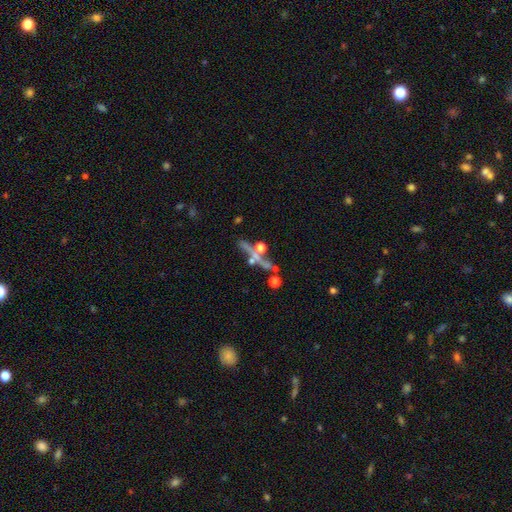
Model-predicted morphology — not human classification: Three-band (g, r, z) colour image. It shows a star or artifact, not a galaxy (44%).